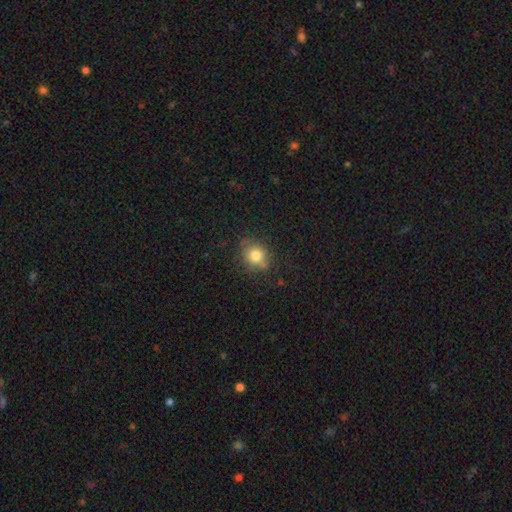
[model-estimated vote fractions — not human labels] This appears to be a smooth galaxy with no disk features (79%) that is round (77%). Merging: none (73%).